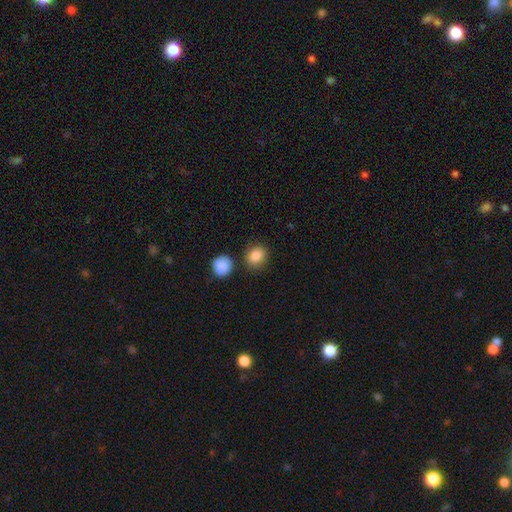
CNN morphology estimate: Overall: smooth (86%). How rounded: round (69%; in between 30%). Merging: none (81%).